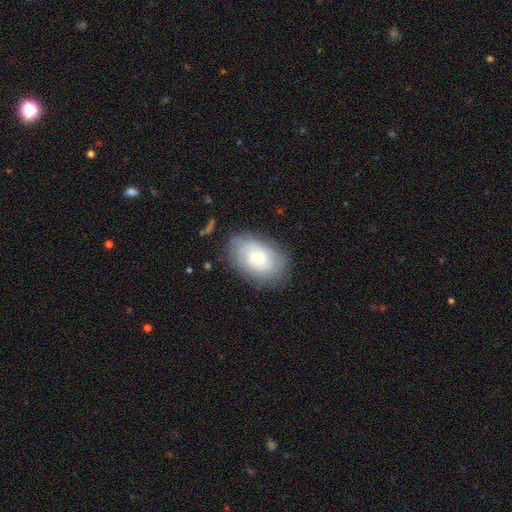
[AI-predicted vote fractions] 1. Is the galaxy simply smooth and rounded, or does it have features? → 49% featured or disk, 41% smooth, 10% star or artifact.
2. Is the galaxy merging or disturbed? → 78% none, 16% minor disturbance, 5% major disturbance, 1% merger.